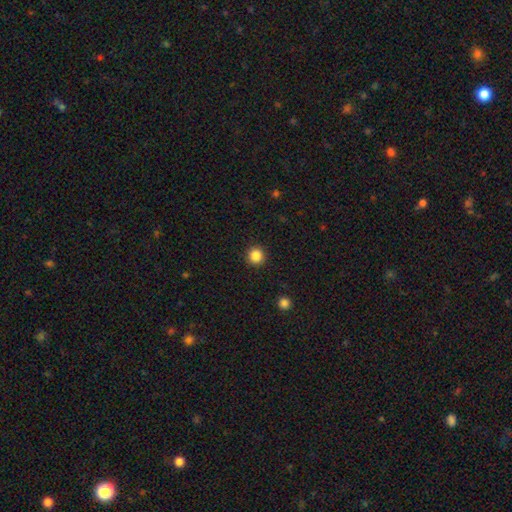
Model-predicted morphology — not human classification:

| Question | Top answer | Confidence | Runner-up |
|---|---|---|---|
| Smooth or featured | smooth | 86% | star or artifact (11%) |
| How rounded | round | 95% | in between (4%) |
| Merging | none | 93% | minor disturbance (5%) |